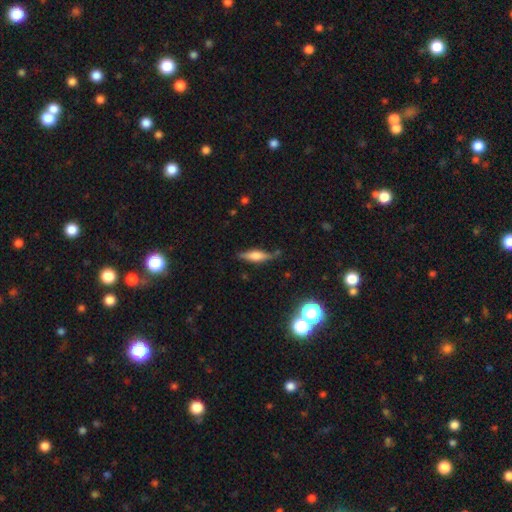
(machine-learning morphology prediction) A featured or disk galaxy (52%) viewed edge-on (93%).

Vote fractions:
- Smooth or featured? featured or disk: 52% / smooth: 39% / star or artifact: 9%
- Edge-on disk? yes: 93% / no: 7%
- Merging? none: 77% / minor disturbance: 17% / major disturbance: 4% / merger: 3%